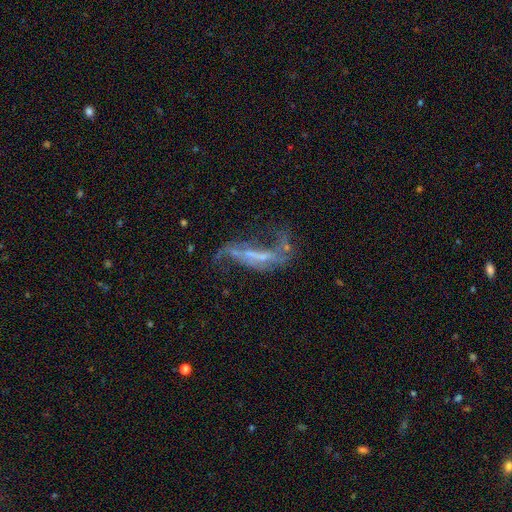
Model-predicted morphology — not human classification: A featured or disk galaxy (71%) with a strong bar (43%), spiral arms (63%) and no central bulge (50%).

Vote fractions:
- Smooth or featured? featured or disk: 71% / smooth: 16% / star or artifact: 13%
- Edge-on disk? no: 82% / yes: 18%
- Bar? strong: 43% / no: 30% / weak: 27%
- Spiral arms? yes: 63% / no: 37%
- Bulge size? none: 50% / small: 35% / moderate: 12% / large: 2% / dominant: 1%
- Merging? major disturbance: 38% / none: 32% / minor disturbance: 17% / merger: 14%